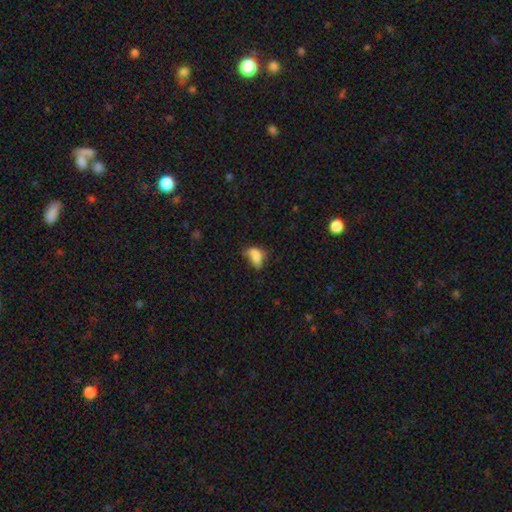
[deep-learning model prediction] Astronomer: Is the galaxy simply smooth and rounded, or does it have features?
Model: smooth — 69%.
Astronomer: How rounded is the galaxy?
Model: in between — 84%.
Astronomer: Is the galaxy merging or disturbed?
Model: none — 29%, tied with minor disturbance at 29%.